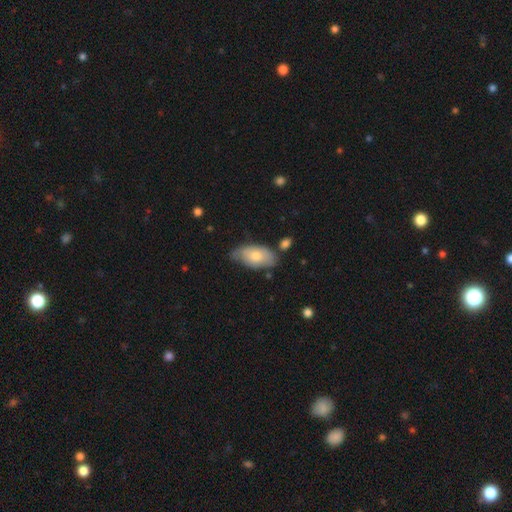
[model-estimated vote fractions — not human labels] Smooth or featured: smooth — 67% (featured or disk — 27%)
How rounded: in between — 93% (round — 4%)
Merging: none — 59% (minor disturbance — 30%)